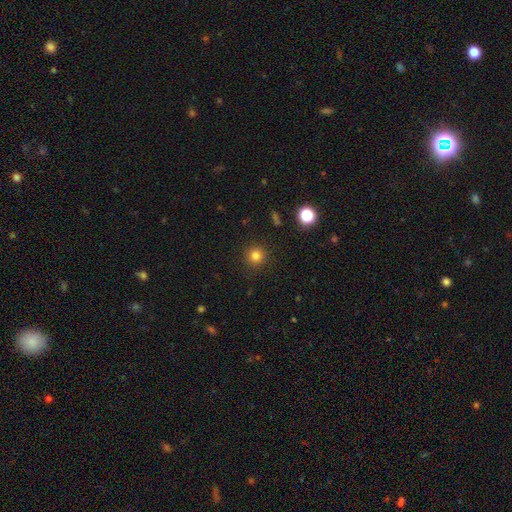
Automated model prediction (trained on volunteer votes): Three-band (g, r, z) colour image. It shows a smooth galaxy with no disk features (80%) that is round (94%). Merging: none (91%).